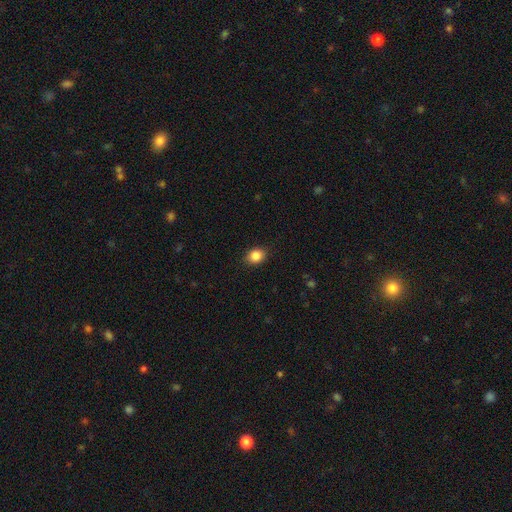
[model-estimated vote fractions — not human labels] Smooth or featured? Predicted: smooth (p=0.86). How rounded? Predicted: in between (p=0.53). Merging? Predicted: none (p=0.88).